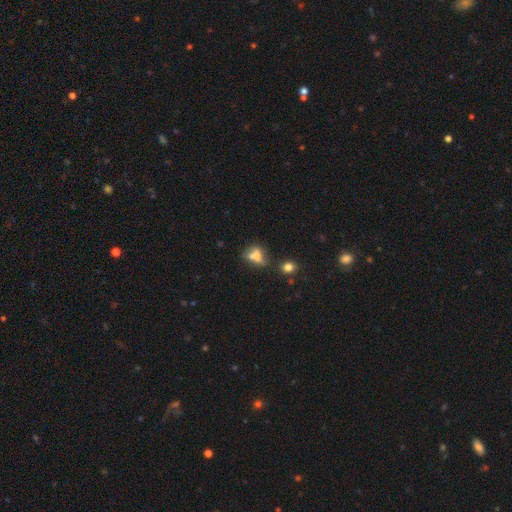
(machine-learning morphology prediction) The model was most divided on "merging": merger: 39%, none: 34%, minor disturbance: 16%, major disturbance: 11%. More confident: how rounded — in between (63%); smooth or featured — smooth (61%).